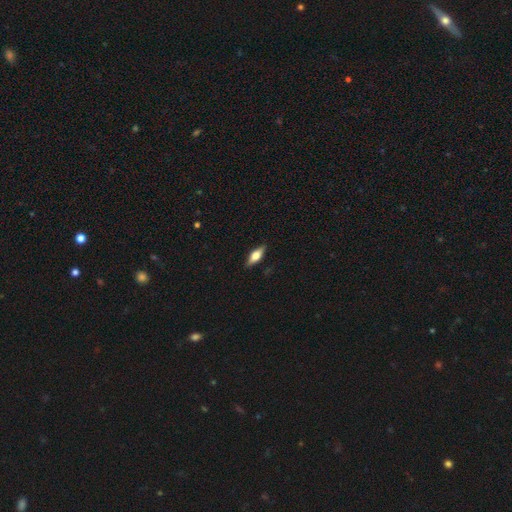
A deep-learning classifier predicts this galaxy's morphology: This appears to be a featured or disk galaxy (47%, tied with smooth). Merging: none (89%).